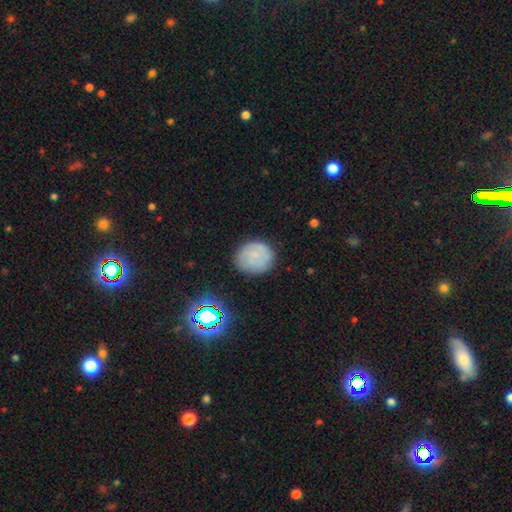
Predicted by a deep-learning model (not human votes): smooth 62%, featured or disk 27%, star or artifact 11%. Down the decision tree: how rounded — round (81%); merging — none (82%).